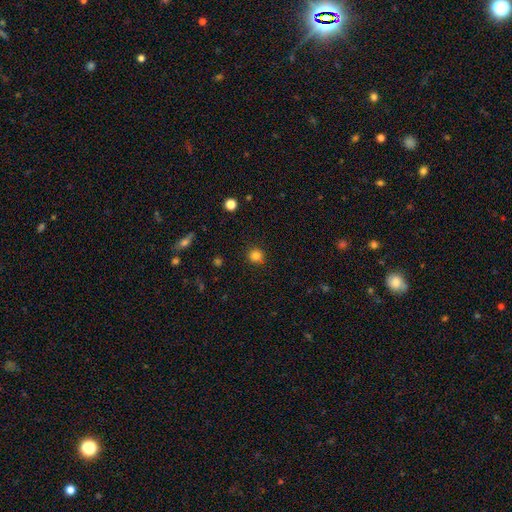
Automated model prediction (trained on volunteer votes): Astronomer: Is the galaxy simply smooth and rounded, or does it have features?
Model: smooth — 83%.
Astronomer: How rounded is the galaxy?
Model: round — 92%.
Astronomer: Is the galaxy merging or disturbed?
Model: none — 90%.